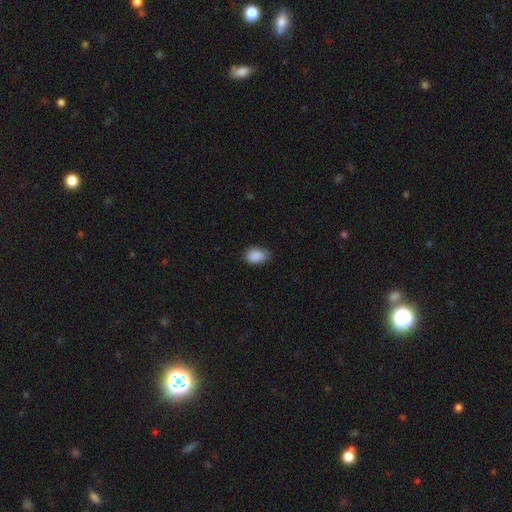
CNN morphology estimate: Smooth or featured?
  - smooth: 88% *
  - star or artifact: 8%
  - featured or disk: 4%
How rounded?
  - in between: 81% *
  - round: 18%
  - cigar-shaped: 1%
Merging?
  - none: 65% *
  - minor disturbance: 29%
  - major disturbance: 5%
  - merger: 1%